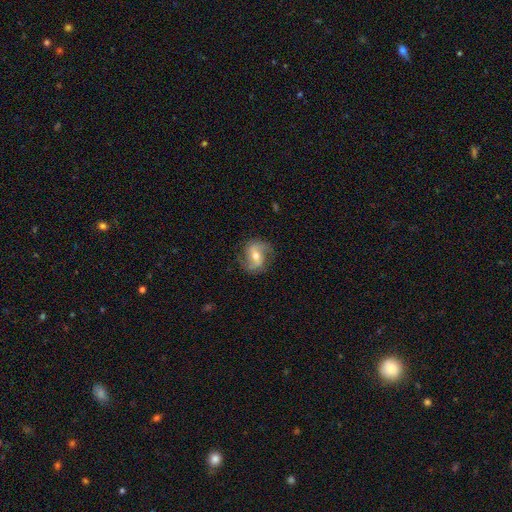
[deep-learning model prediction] The model was most divided on "spiral winding": medium: 44%, loose: 38%, tight: 18%. Remaining: edge-on disk — no (97%); spiral arms — yes (92%); spiral arm count — 2 (88%); merging — none (78%); smooth or featured — featured or disk (77%); bulge size — moderate (65%); bar — weak (44%).